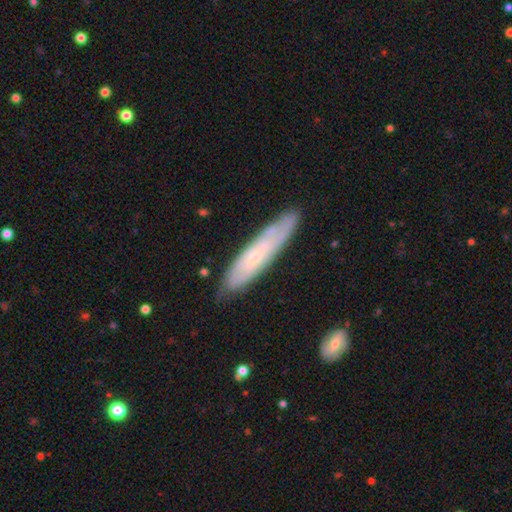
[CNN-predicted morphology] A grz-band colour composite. It shows a featured or disk galaxy (53%). Merging: none (78%).